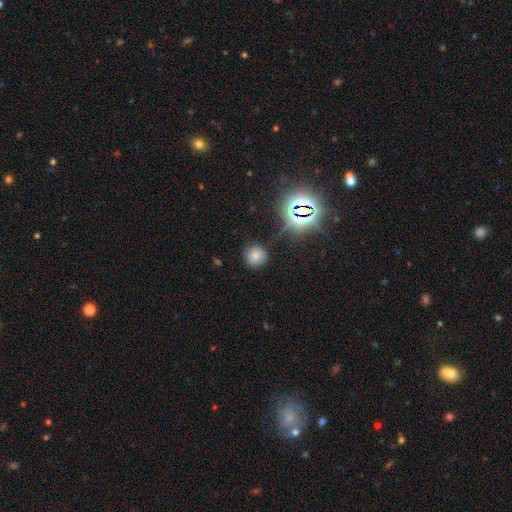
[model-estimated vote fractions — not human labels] Smooth or featured? smooth (64%)
How rounded? round (91%)
Merging? none (81%)